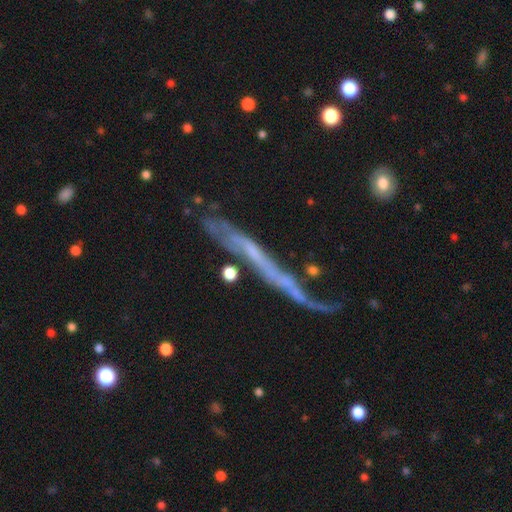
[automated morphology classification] featured or disk 68%, smooth 23%, star or artifact 9%. Down the decision tree: edge-on disk — yes (75%); edge-on bulge — none (84%); merging — none (46%).